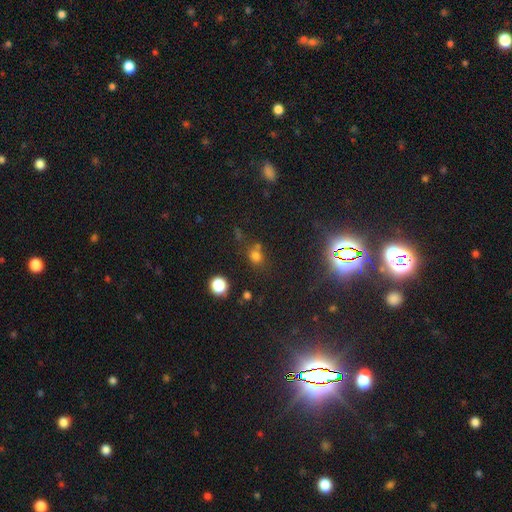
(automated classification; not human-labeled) Morphology: type=smooth (69%); roundness=round (74%); merging=none (62%).